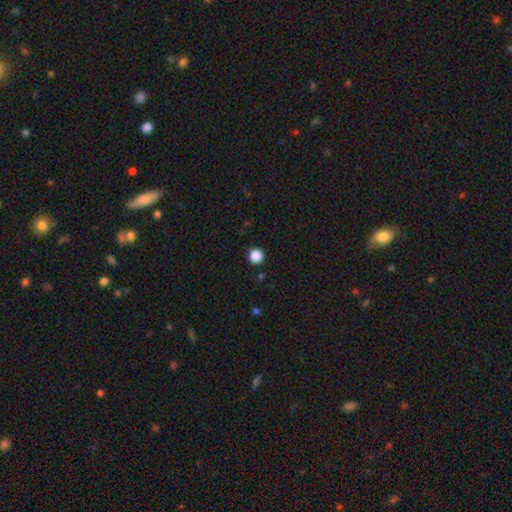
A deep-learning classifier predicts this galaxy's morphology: This is clearly a smooth galaxy (87%). How rounded: clearly round (96%). Merging: clearly none (93%).